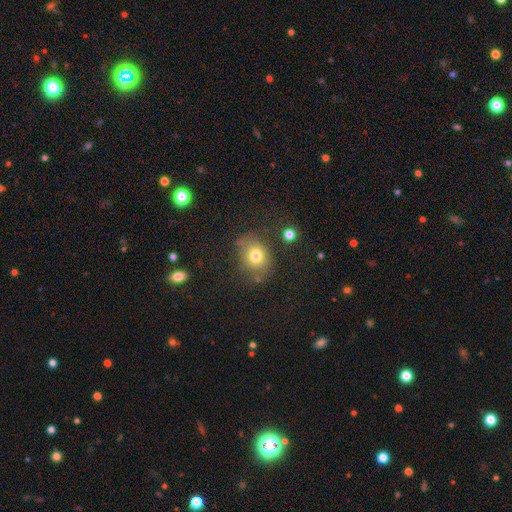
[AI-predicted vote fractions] Smooth or featured? Predicted: smooth (p=0.75). How rounded? Predicted: round (p=0.63). Merging? Predicted: none (p=0.71).